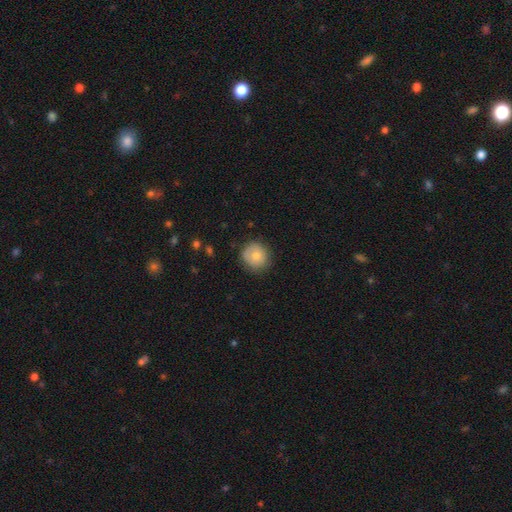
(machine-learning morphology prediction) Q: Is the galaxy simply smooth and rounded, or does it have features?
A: smooth — 74%.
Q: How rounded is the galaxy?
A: round — 88%.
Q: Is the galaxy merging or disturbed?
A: none — 79%.